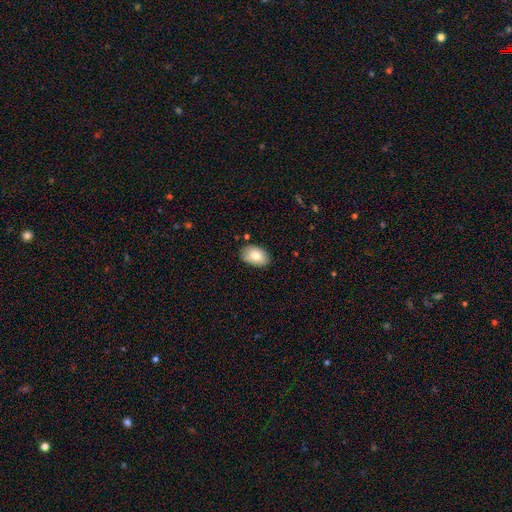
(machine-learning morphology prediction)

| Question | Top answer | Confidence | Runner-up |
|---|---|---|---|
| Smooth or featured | smooth | 78% | featured or disk (15%) |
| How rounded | in between | 89% | round (10%) |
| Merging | none | 79% | minor disturbance (16%) |